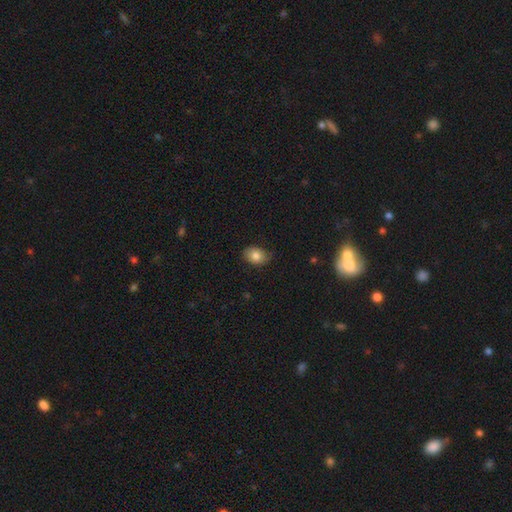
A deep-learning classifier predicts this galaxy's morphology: A smooth galaxy with no disk features (82%) that is in between round and cigar-shaped (75%). Merging: none (75%).